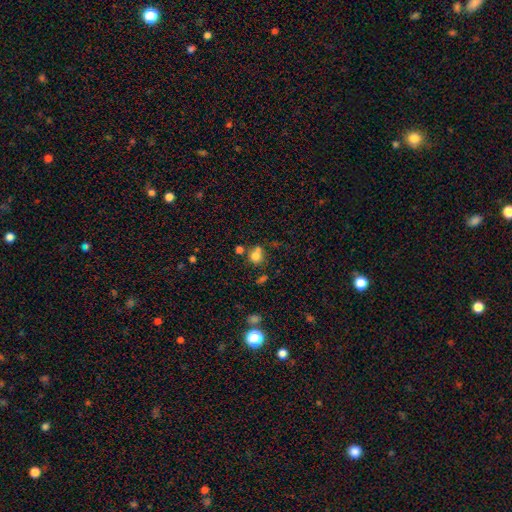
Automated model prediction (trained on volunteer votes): This appears to be a smooth galaxy with no disk features (75%) that is round (70%). Merging: none (48%).